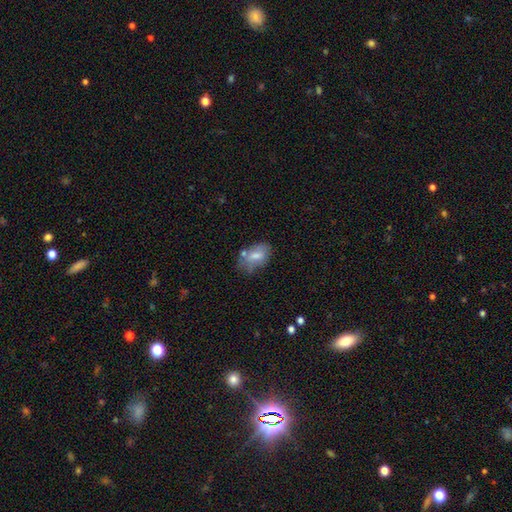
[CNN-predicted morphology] A smooth galaxy with no disk features (66%) that is in between round and cigar-shaped (87%).

Vote fractions:
- Smooth or featured? smooth: 66% / featured or disk: 25% / star or artifact: 9%
- How rounded? in between: 87% / round: 11% / cigar-shaped: 2%
- Merging? none: 48% / minor disturbance: 29% / major disturbance: 12% / merger: 11%